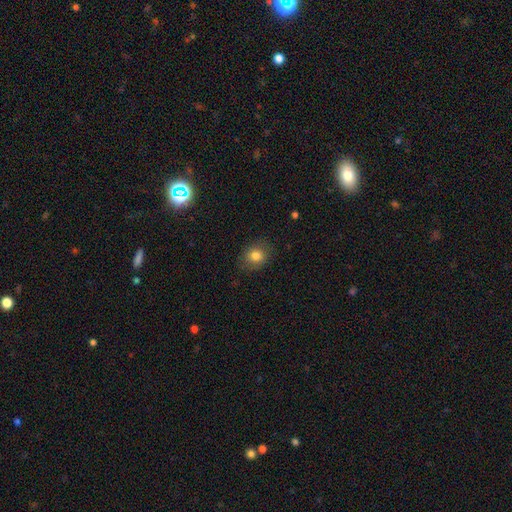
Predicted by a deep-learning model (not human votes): This appears to be a smooth galaxy with no disk features (80%) that is round (58%). Merging: none (82%).